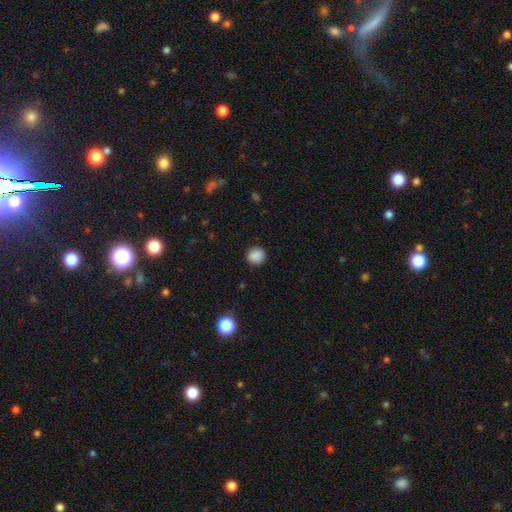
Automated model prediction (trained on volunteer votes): Q: Smooth or featured?
A: smooth (88%); runner-up: star or artifact (9%)
Q: How rounded?
A: round (88%); runner-up: in between (11%)
Q: Merging?
A: none (89%); runner-up: minor disturbance (7%)